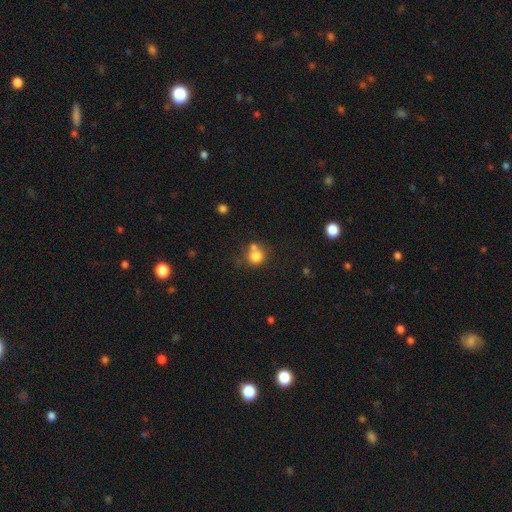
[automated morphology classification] Smooth or featured?
  - smooth: 79% *
  - star or artifact: 12%
  - featured or disk: 9%
How rounded?
  - round: 86% *
  - in between: 13%
  - cigar-shaped: 1%
Merging?
  - none: 54% *
  - merger: 29%
  - minor disturbance: 12%
  - major disturbance: 5%